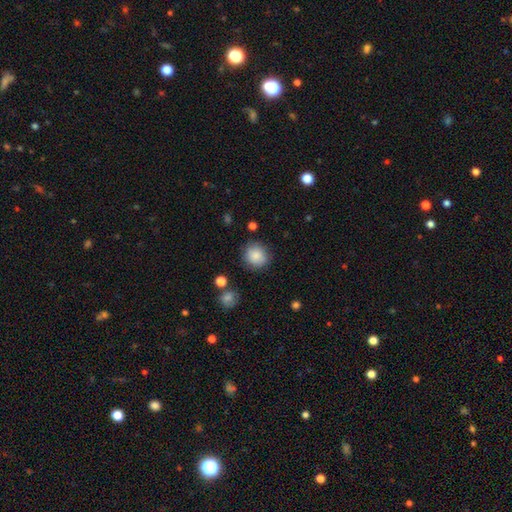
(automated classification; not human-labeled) The model was most divided on "merging": none: 84%, minor disturbance: 10%, major disturbance: 3%, merger: 2%. More confident: how rounded — round (89%); smooth or featured — smooth (87%).